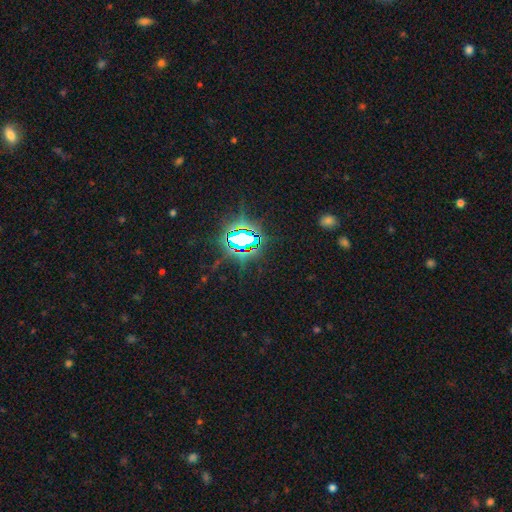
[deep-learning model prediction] The model was most divided on "smooth or featured": star or artifact: 84%, smooth: 9%, featured or disk: 6%.